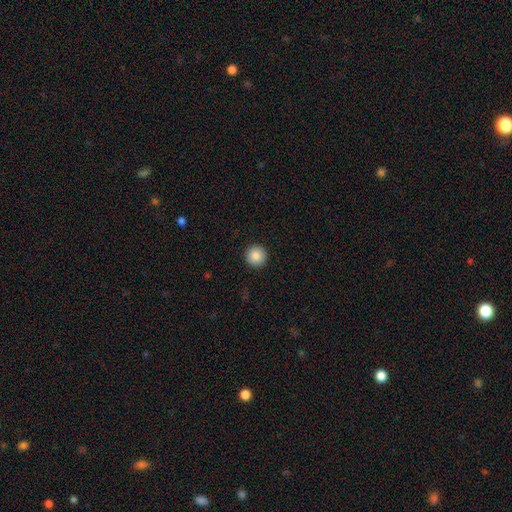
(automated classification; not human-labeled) Overall: smooth (87%). How rounded: round (96%). Merging: none (93%).